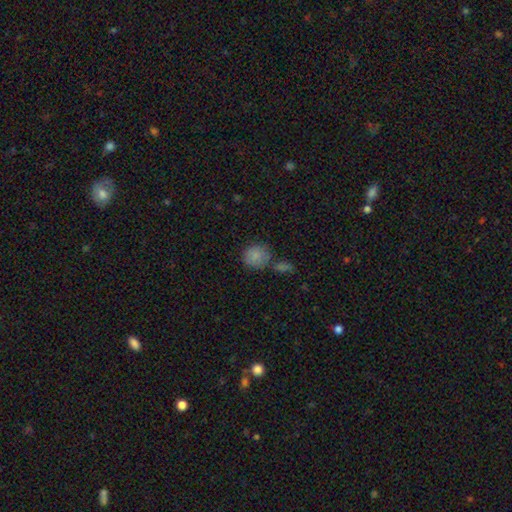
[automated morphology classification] type=smooth (85%); roundness=round (85%); merging=none (63%).